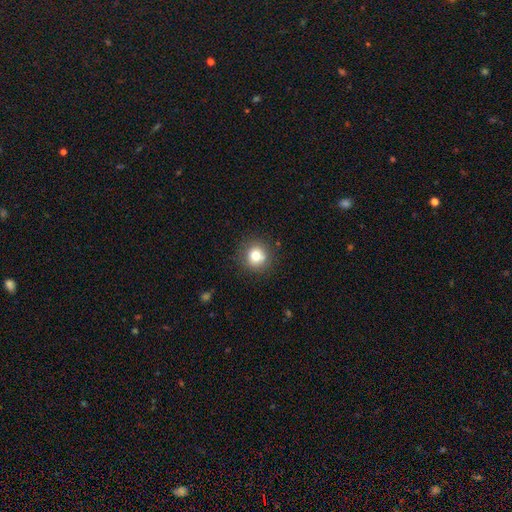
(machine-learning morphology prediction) This appears to be a smooth galaxy with no disk features (76%) that is round (92%). Merging: none (86%).